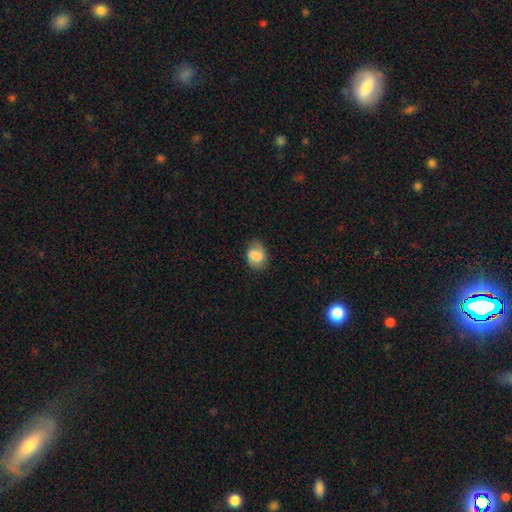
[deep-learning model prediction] A smooth galaxy with no disk features (54%) that is in between round and cigar-shaped (61%). Merging: none (71%).